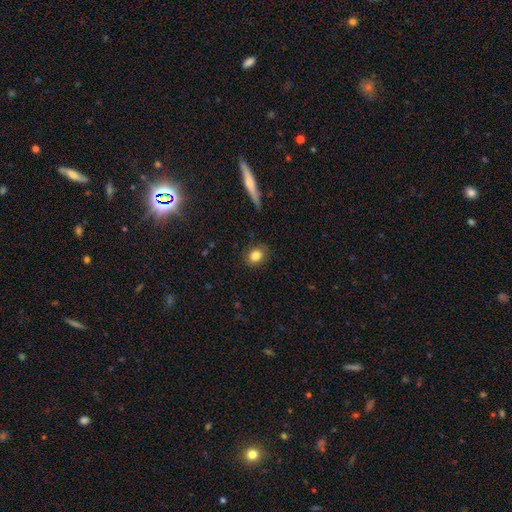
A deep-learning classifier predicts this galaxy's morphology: Smooth or featured?
  - smooth: 83% *
  - star or artifact: 9%
  - featured or disk: 8%
How rounded?
  - round: 51% *
  - in between: 47%
  - cigar-shaped: 2%
Merging?
  - none: 85% *
  - minor disturbance: 11%
  - major disturbance: 3%
  - merger: 1%